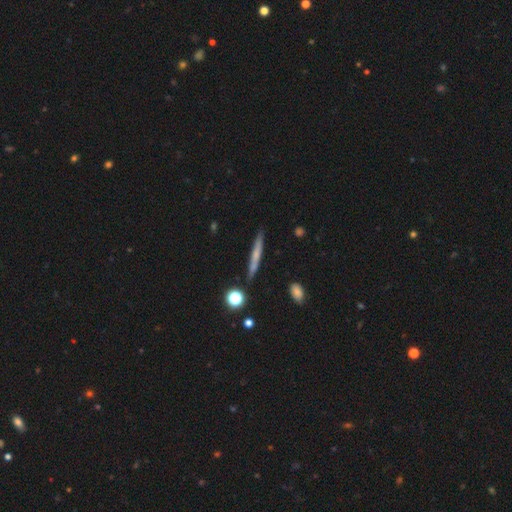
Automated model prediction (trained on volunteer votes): smooth 50%, featured or disk 42%, star or artifact 8%. Down the decision tree: merging — none (88%).